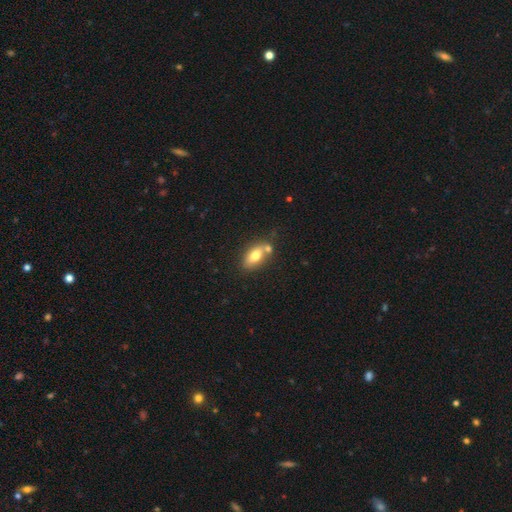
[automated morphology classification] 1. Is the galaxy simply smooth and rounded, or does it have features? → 71% smooth, 21% featured or disk, 8% star or artifact.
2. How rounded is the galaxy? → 85% in between, 9% cigar-shaped, 6% round.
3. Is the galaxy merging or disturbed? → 56% none, 26% merger, 14% minor disturbance, 4% major disturbance.